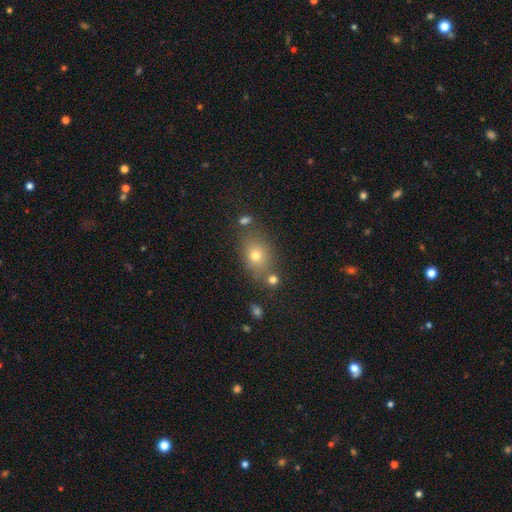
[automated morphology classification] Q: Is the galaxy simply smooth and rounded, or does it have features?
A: smooth — 72%.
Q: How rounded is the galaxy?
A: in between — 61%.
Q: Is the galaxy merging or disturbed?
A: none — 72%.